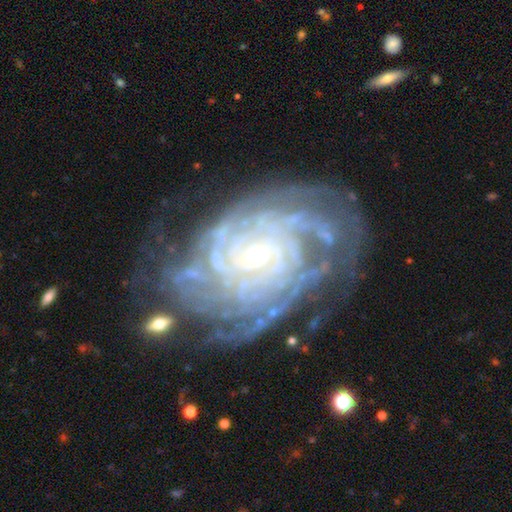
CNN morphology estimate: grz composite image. It shows a featured or disk galaxy (90%) with no bar (63%), more than 4 (27%, tied with can't tell) tight (81%) spiral arms (97%) and a small central bulge (71%). Merging: none (65%).